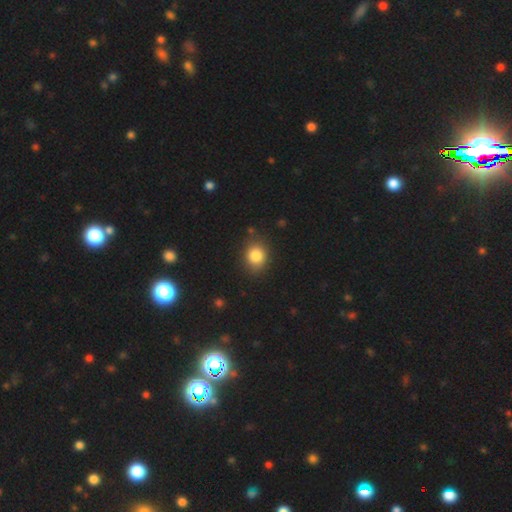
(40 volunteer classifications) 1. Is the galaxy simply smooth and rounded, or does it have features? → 95% smooth, 2% featured or disk, 2% star or artifact.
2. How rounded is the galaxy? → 58% round, 42% in between, 0% cigar-shaped.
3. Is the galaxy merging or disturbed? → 74% none, 15% minor disturbance, 10% major disturbance, 0% merger.